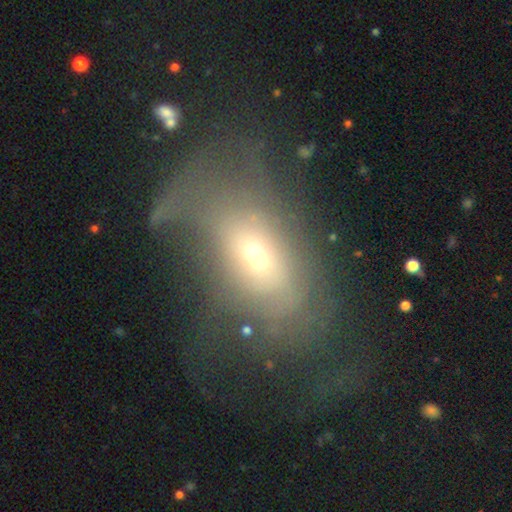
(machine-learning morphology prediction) smooth-or-featured: smooth: 47% | featured or disk: 39% | star or artifact: 14%
  merging: major disturbance: 44% | none: 33% | minor disturbance: 19% | merger: 4%